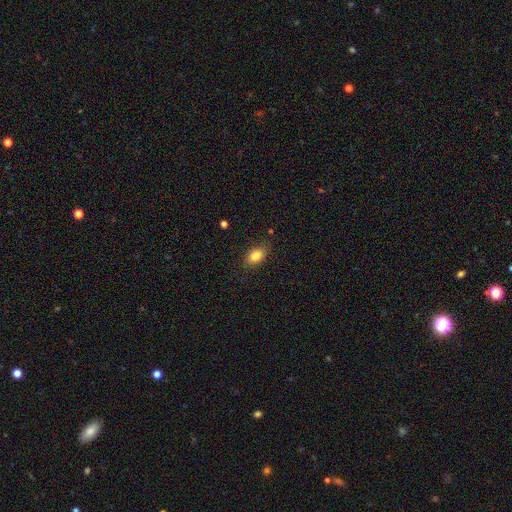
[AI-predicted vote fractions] A smooth galaxy with no disk features (83%) that is in between round and cigar-shaped (83%).

Vote fractions:
- Smooth or featured? smooth: 83% / featured or disk: 9% / star or artifact: 8%
- How rounded? in between: 83% / round: 14% / cigar-shaped: 3%
- Merging? none: 84% / minor disturbance: 13% / major disturbance: 3% / merger: 1%